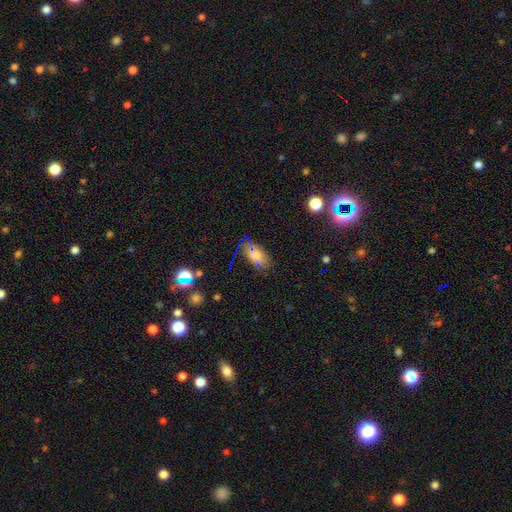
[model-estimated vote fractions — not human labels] A smooth galaxy with no disk features (67%) that is in between round and cigar-shaped (88%).

Vote fractions:
- Smooth or featured? smooth: 67% / star or artifact: 21% / featured or disk: 13%
- How rounded? in between: 88% / round: 7% / cigar-shaped: 5%
- Merging? none: 75% / minor disturbance: 17% / major disturbance: 5% / merger: 3%